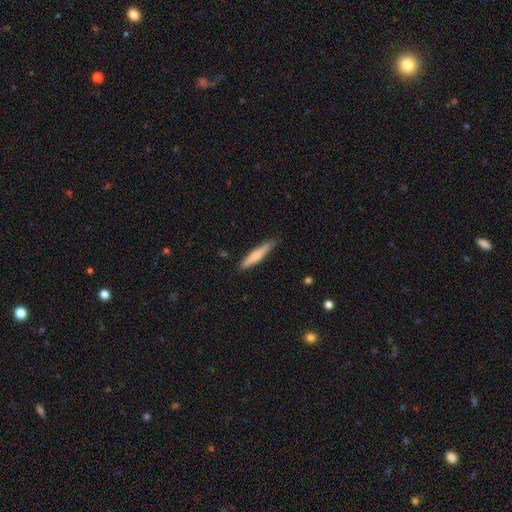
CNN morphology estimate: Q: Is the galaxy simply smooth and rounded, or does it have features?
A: smooth — 68%.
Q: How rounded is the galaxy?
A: cigar-shaped — 90%.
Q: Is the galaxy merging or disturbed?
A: none — 84%.